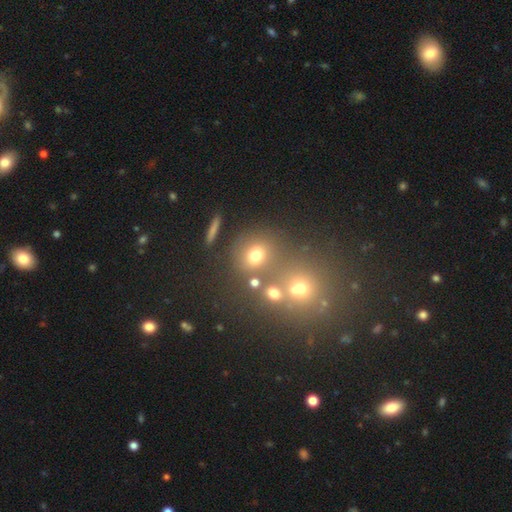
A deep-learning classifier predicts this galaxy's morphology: A smooth galaxy with no disk features (69%) that is round (72%).

Vote fractions:
- Smooth or featured? smooth: 69% / star or artifact: 20% / featured or disk: 12%
- How rounded? round: 72% / in between: 25% / cigar-shaped: 3%
- Merging? none: 65% / merger: 19% / minor disturbance: 10% / major disturbance: 6%